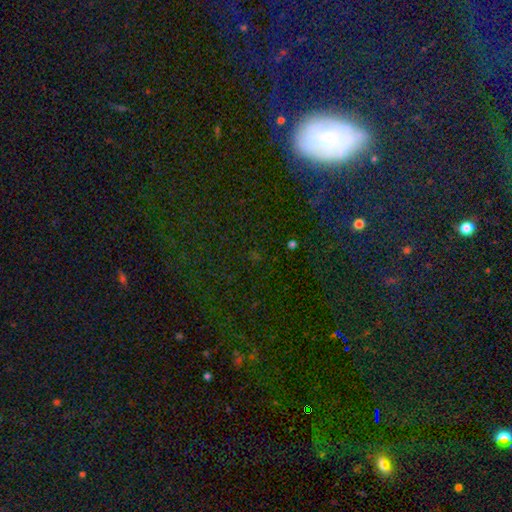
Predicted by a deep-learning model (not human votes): The model was most divided on "smooth or featured": star or artifact: 51%, smooth: 27%, featured or disk: 22%.